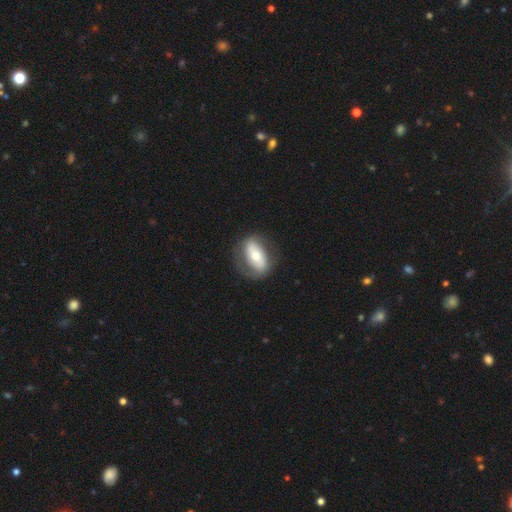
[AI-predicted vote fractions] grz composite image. It shows a featured or disk galaxy (51%). Merging: none (73%).